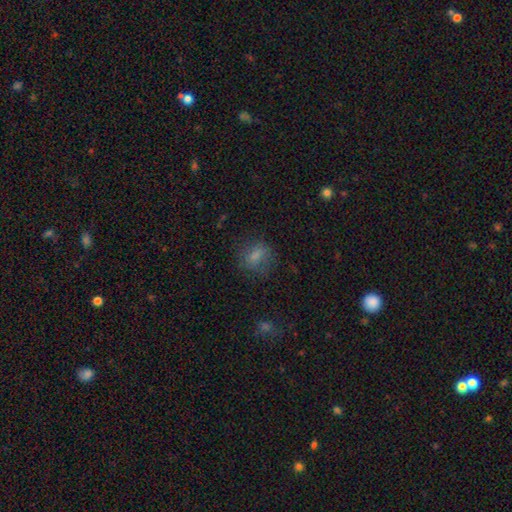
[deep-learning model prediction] Smooth or featured? Predicted: smooth (p=0.72). How rounded? Predicted: in between (p=0.58). Merging? Predicted: none (p=0.64).